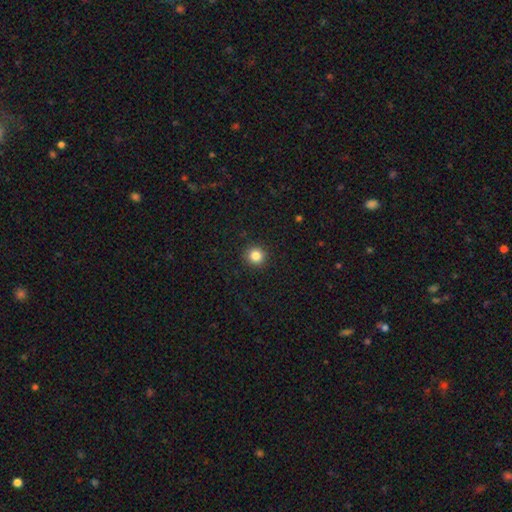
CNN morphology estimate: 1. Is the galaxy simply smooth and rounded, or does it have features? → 84% smooth, 11% star or artifact, 5% featured or disk.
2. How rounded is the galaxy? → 94% round, 5% in between, 1% cigar-shaped.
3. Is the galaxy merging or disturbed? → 93% none, 5% minor disturbance, 2% major disturbance, 1% merger.